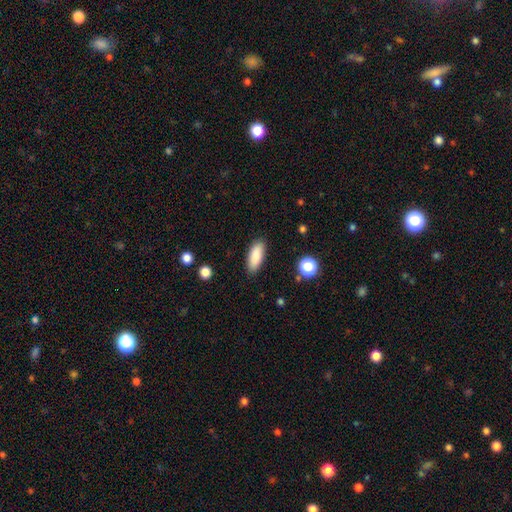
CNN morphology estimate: smooth 87%, star or artifact 7%, featured or disk 6%. Down the decision tree: how rounded — in between (76%); merging — none (87%).